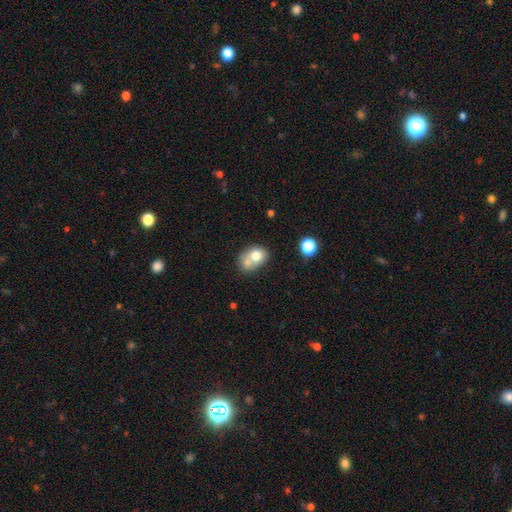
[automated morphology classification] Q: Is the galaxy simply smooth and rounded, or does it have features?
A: smooth — 70%.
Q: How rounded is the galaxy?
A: in between — 53%.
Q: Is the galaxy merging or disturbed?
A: merger — 54%.